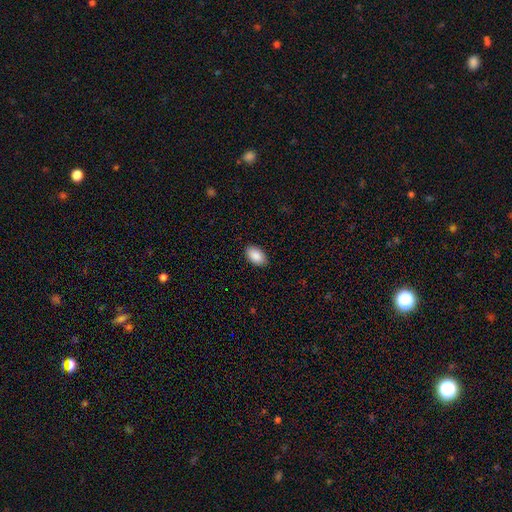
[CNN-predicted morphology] Q: Smooth or featured?
A: smooth (89%); runner-up: star or artifact (7%)
Q: How rounded?
A: in between (93%); runner-up: round (6%)
Q: Merging?
A: none (89%); runner-up: minor disturbance (9%)